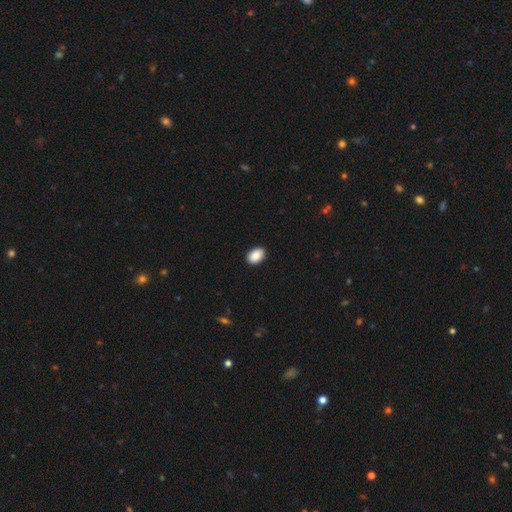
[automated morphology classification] Smooth or featured? smooth (89%)
How rounded? in between (85%)
Merging? none (90%)